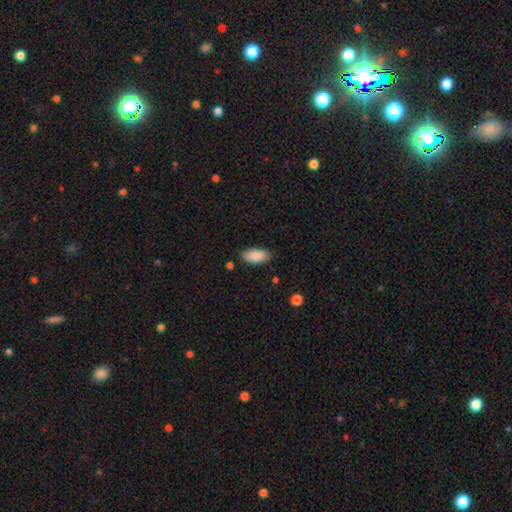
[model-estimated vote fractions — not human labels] Morphology: type=smooth (89%); roundness=in between (90%); merging=none (82%).